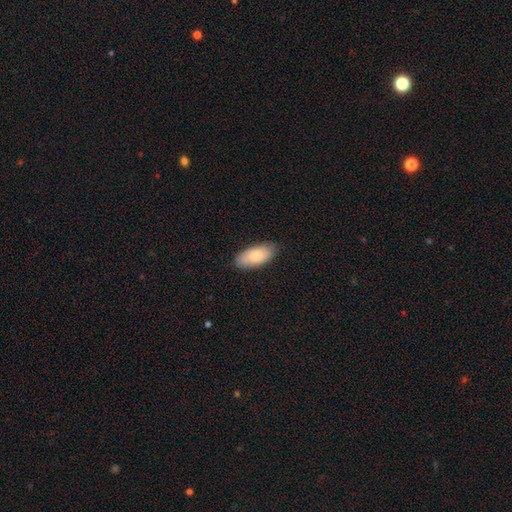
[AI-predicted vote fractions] smooth 83%, featured or disk 12%, star or artifact 6%. Down the decision tree: how rounded — in between (91%); merging — none (83%).